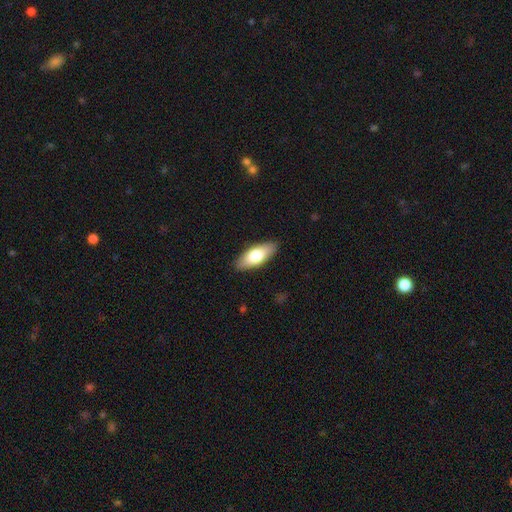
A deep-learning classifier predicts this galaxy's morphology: type=smooth (73%); roundness=in between (76%); merging=none (89%).